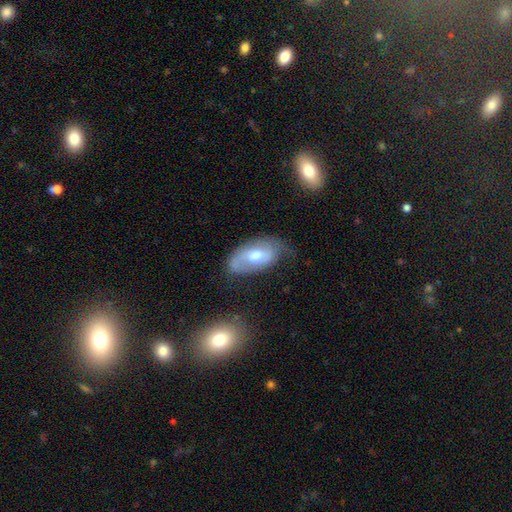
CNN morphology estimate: Q: Smooth or featured?
A: featured or disk (52%); runner-up: smooth (41%)
Q: Edge-on disk?
A: no (91%); runner-up: yes (9%)
Q: Merging?
A: none (57%); runner-up: minor disturbance (30%)